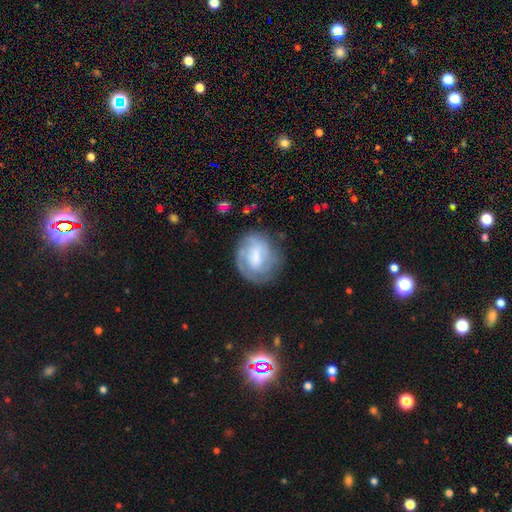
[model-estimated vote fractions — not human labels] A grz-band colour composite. It shows a featured or disk galaxy (57%) with a weak bar (47%), spiral arms (72%) and a moderate central bulge (34%). Merging: none (62%).